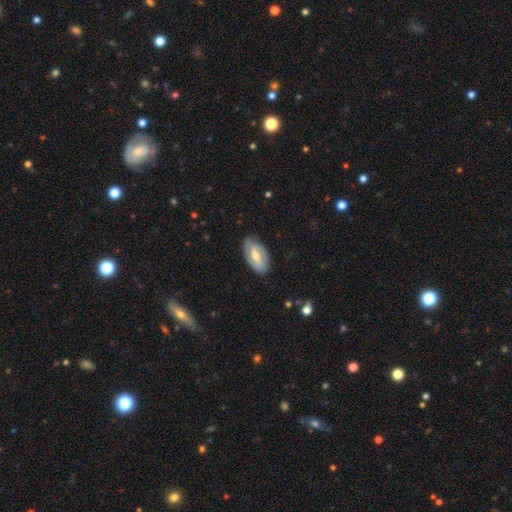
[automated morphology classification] A featured or disk galaxy (67%) with a weak bar (48%), 2 (72%) tight (40%, tied with medium) spiral arms (84%) and a moderate central bulge (62%).

Vote fractions:
- Smooth or featured? featured or disk: 67% / smooth: 27% / star or artifact: 5%
- Edge-on disk? no: 93% / yes: 7%
- Bar? weak: 48% / strong: 27% / no: 25%
- Spiral arms? yes: 84% / no: 16%
- Spiral winding? tight: 40% (tied) / medium: 40% (tied) / loose: 20%
- Spiral arm count? 2: 72% / can't tell: 16% / 1: 7% / 3: 3% / 4: 1% / more than 4: 1%
- Bulge size? moderate: 62% / small: 31% / large: 4% / none: 2% / dominant: 1%
- Merging? none: 76% / minor disturbance: 19% / major disturbance: 4% / merger: 1%